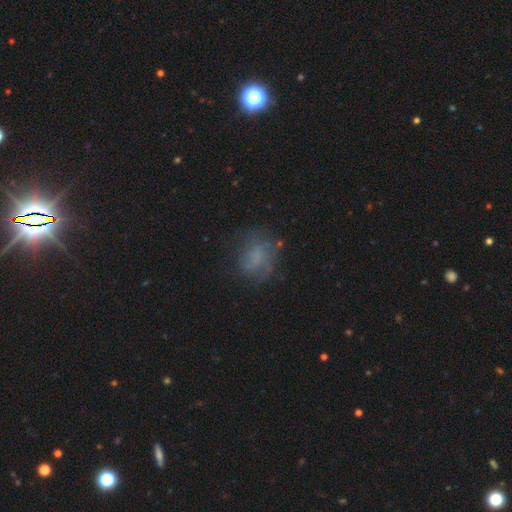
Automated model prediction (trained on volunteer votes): The model was most divided on "smooth or featured": smooth: 47%, featured or disk: 35%, star or artifact: 17%. More confident: merging — none (62%).